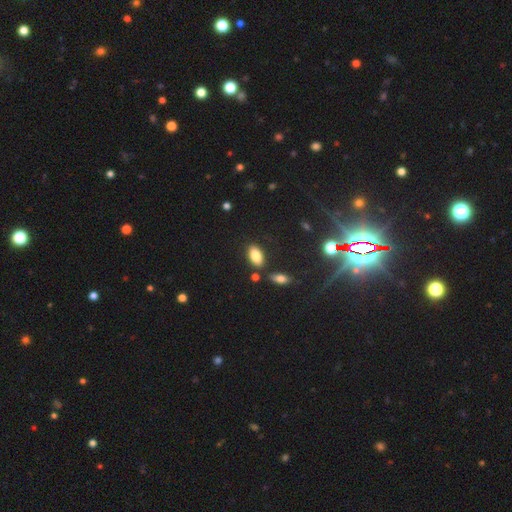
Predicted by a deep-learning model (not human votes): Q: Smooth or featured?
A: smooth (83%); runner-up: featured or disk (9%)
Q: How rounded?
A: in between (91%); runner-up: cigar-shaped (5%)
Q: Merging?
A: none (78%); runner-up: minor disturbance (11%)